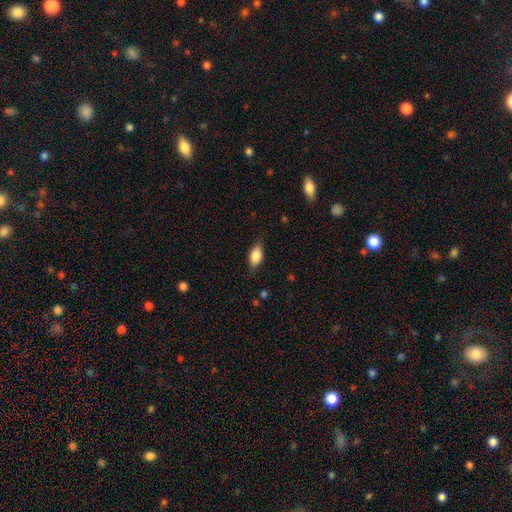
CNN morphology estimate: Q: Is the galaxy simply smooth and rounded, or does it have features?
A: smooth — 81%.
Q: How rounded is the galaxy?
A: in between — 87%.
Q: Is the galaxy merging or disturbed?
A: none — 77%.